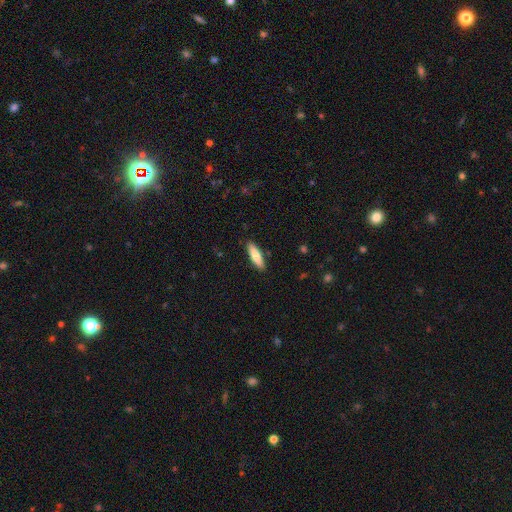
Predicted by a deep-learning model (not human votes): smooth_or_featured: smooth (p=0.76) [alt: featured or disk p=0.18]
how_rounded: cigar-shaped (p=0.63) [alt: in between p=0.35]
merging: none (p=0.88) [alt: minor disturbance p=0.09]